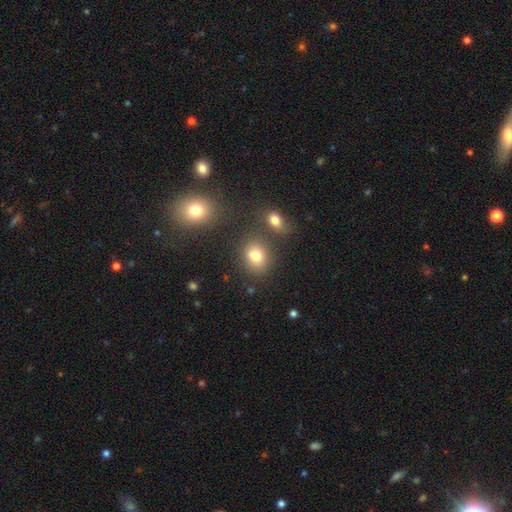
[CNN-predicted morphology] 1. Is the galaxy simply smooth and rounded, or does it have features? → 79% smooth, 13% star or artifact, 9% featured or disk.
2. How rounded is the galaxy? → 58% in between, 40% round, 1% cigar-shaped.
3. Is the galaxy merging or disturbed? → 66% none, 15% merger, 14% minor disturbance, 5% major disturbance.